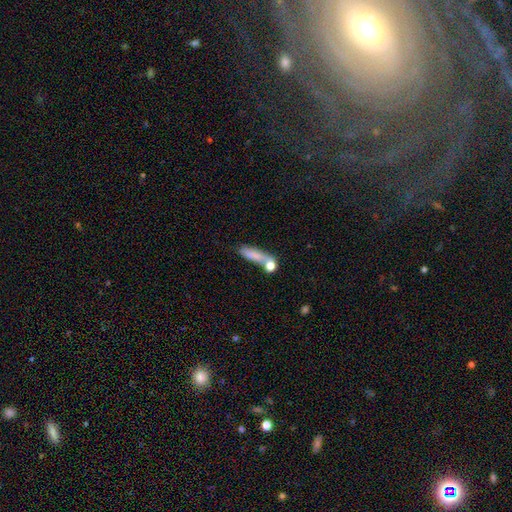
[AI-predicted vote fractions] A smooth galaxy with no disk features (70%) that is cigar-shaped (53%). Merging: none (37%).